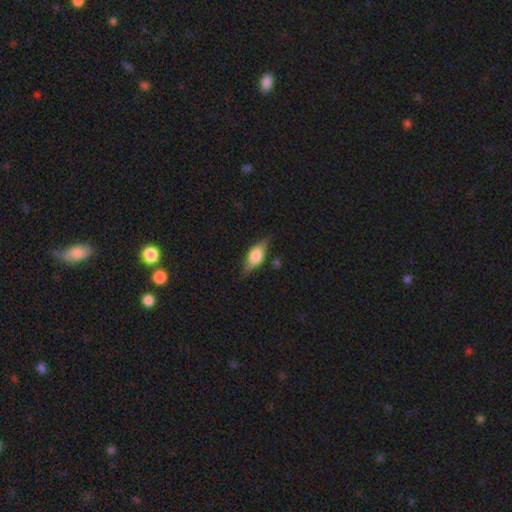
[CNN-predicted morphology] Smooth or featured?
  - smooth: 48% *
  - featured or disk: 45%
  - star or artifact: 7%
Merging?
  - none: 77% *
  - minor disturbance: 17%
  - major disturbance: 4%
  - merger: 2%